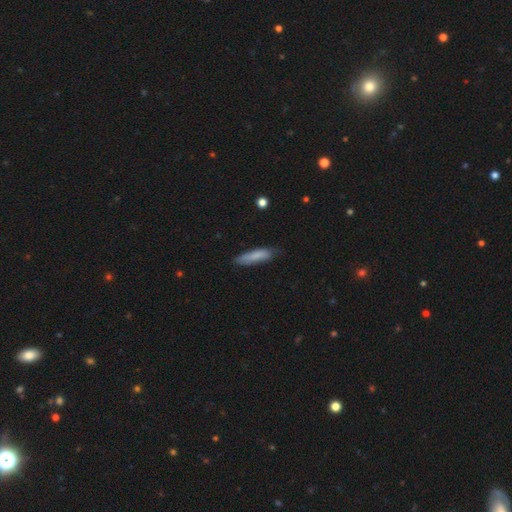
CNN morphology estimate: smooth 79%, featured or disk 15%, star or artifact 6%. Down the decision tree: how rounded — cigar-shaped (73%); merging — none (73%).